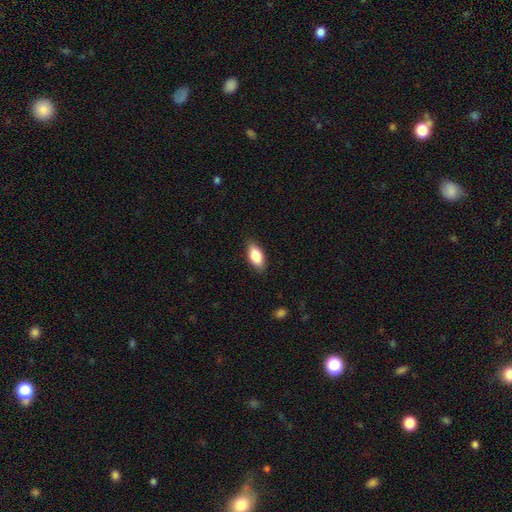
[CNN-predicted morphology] Q: Smooth or featured?
A: smooth (84%); runner-up: featured or disk (10%)
Q: How rounded?
A: in between (89%); runner-up: cigar-shaped (8%)
Q: Merging?
A: none (86%); runner-up: minor disturbance (10%)